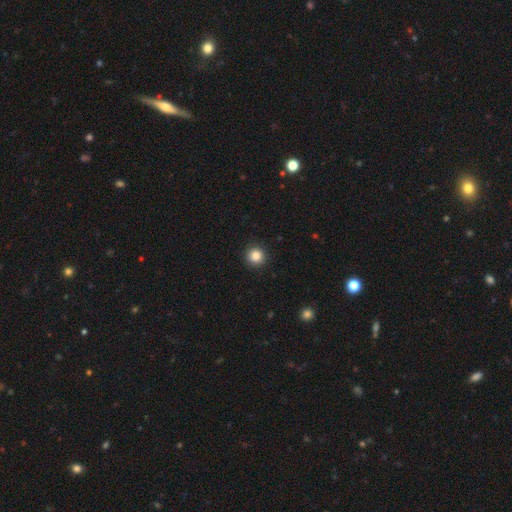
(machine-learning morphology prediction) Smooth or featured: smooth — 86% (star or artifact — 10%)
How rounded: round — 95% (in between — 4%)
Merging: none — 92% (minor disturbance — 5%)